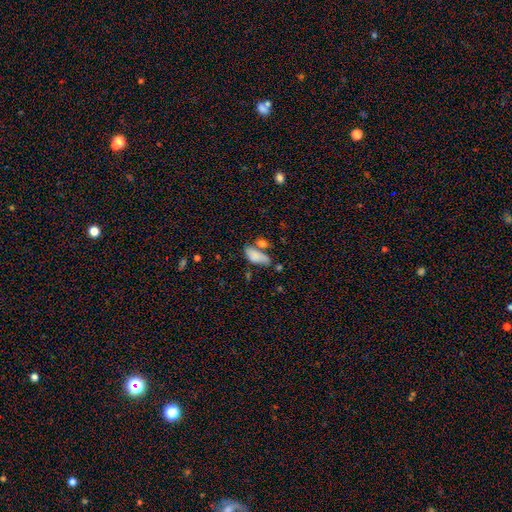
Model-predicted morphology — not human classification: Smooth or featured? Predicted: smooth (p=0.80). How rounded? Predicted: in between (p=0.84). Merging? Predicted: none (p=0.39).